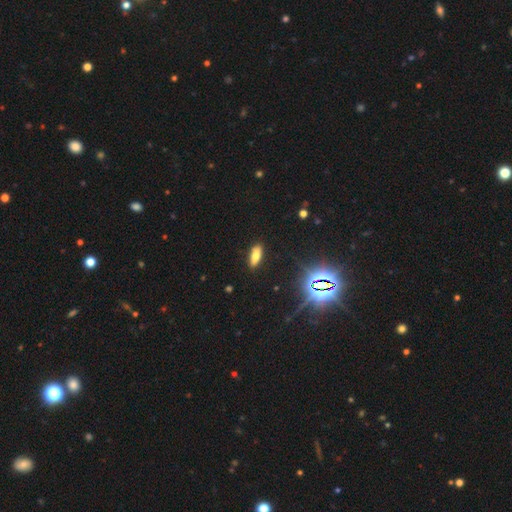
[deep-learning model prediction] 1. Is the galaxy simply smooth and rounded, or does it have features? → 66% smooth, 17% featured or disk, 16% star or artifact.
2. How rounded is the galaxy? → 70% in between, 27% cigar-shaped, 3% round.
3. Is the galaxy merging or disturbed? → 88% none, 9% minor disturbance, 2% major disturbance, 1% merger.